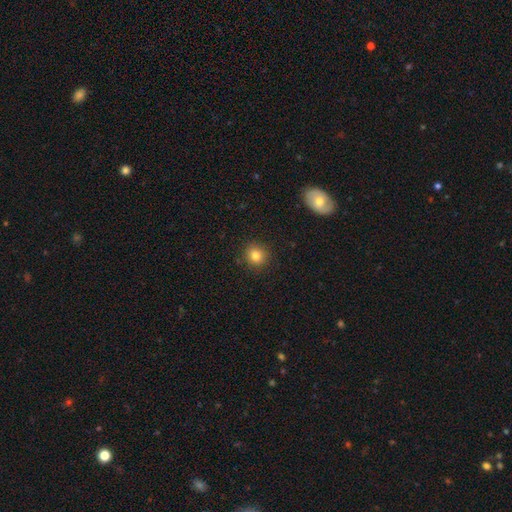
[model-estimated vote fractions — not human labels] Smooth or featured?
  - smooth: 81% *
  - star or artifact: 12%
  - featured or disk: 7%
How rounded?
  - round: 88% *
  - in between: 11%
  - cigar-shaped: 1%
Merging?
  - none: 89% *
  - minor disturbance: 7%
  - major disturbance: 2%
  - merger: 1%